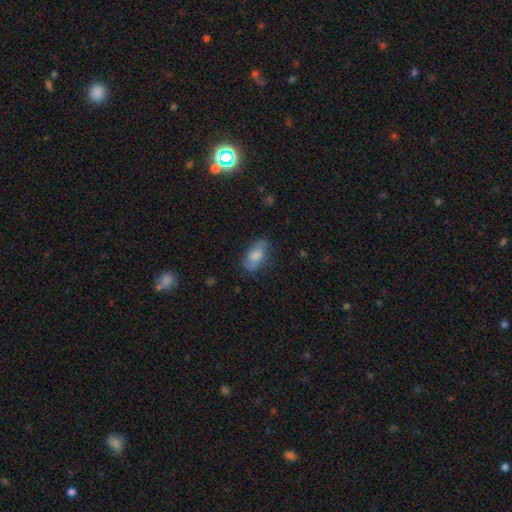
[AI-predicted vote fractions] Smooth or featured: smooth — 73% (featured or disk — 20%)
How rounded: in between — 89% (round — 5%)
Merging: none — 66% (minor disturbance — 24%)